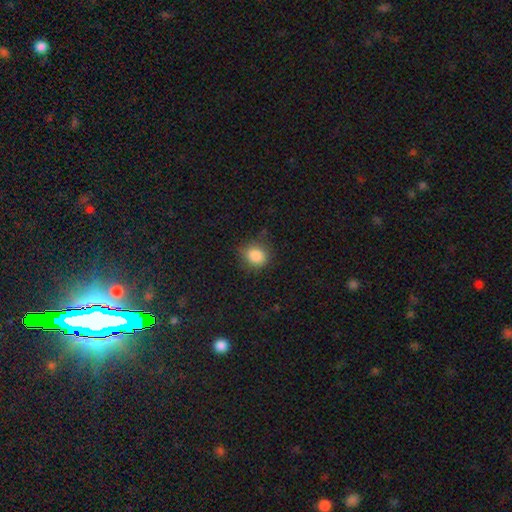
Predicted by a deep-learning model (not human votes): Smooth or featured?
  - smooth: 86% *
  - star or artifact: 10%
  - featured or disk: 4%
How rounded?
  - round: 64% *
  - in between: 35%
  - cigar-shaped: 1%
Merging?
  - none: 74% *
  - minor disturbance: 19%
  - major disturbance: 6%
  - merger: 1%